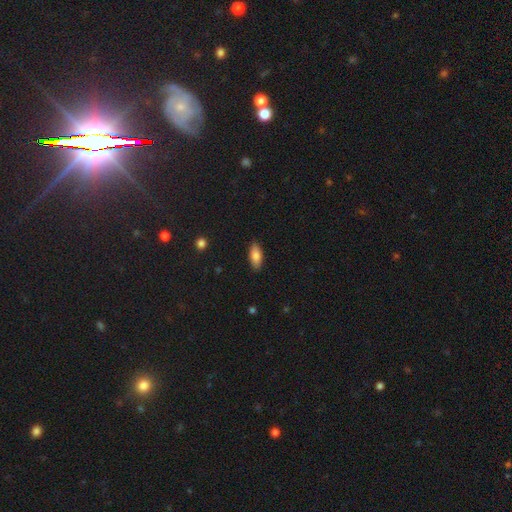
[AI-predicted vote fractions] Smooth or featured?
  - smooth: 82% *
  - featured or disk: 11%
  - star or artifact: 7%
How rounded?
  - in between: 85% *
  - cigar-shaped: 13%
  - round: 2%
Merging?
  - none: 87% *
  - minor disturbance: 10%
  - major disturbance: 2%
  - merger: 1%